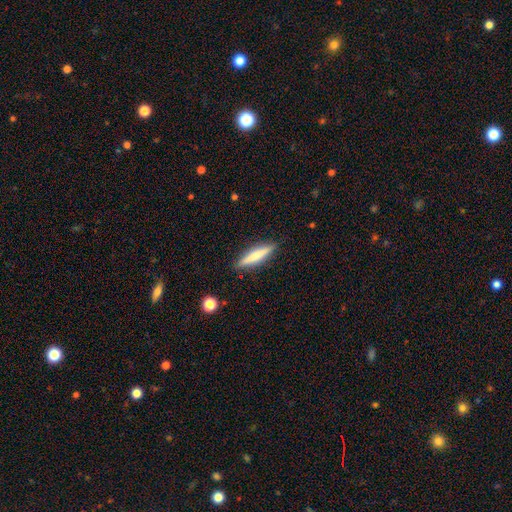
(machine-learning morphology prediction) Smooth or featured?
  - smooth: 62% *
  - featured or disk: 32%
  - star or artifact: 6%
How rounded?
  - cigar-shaped: 88% *
  - in between: 11%
  - round: 2%
Merging?
  - none: 90% *
  - minor disturbance: 7%
  - major disturbance: 2%
  - merger: 1%